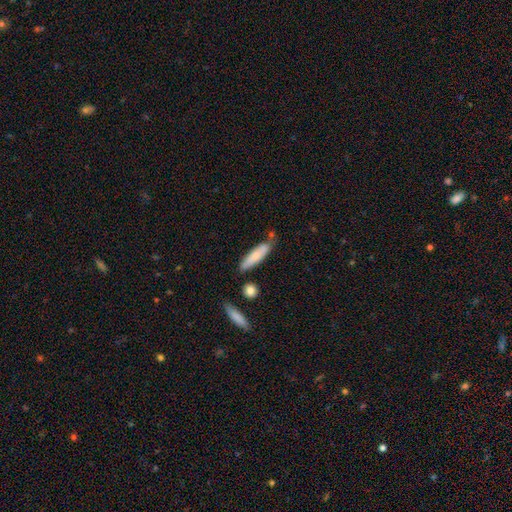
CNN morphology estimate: Smooth or featured: smooth — 74% (featured or disk — 20%)
How rounded: cigar-shaped — 73% (in between — 25%)
Merging: none — 70% (minor disturbance — 18%)